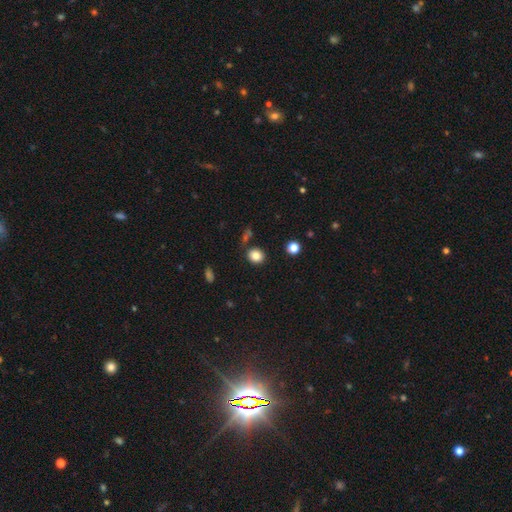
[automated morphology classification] Smooth or featured? Predicted: smooth (p=0.84). How rounded? Predicted: round (p=0.73). Merging? Predicted: none (p=0.83).